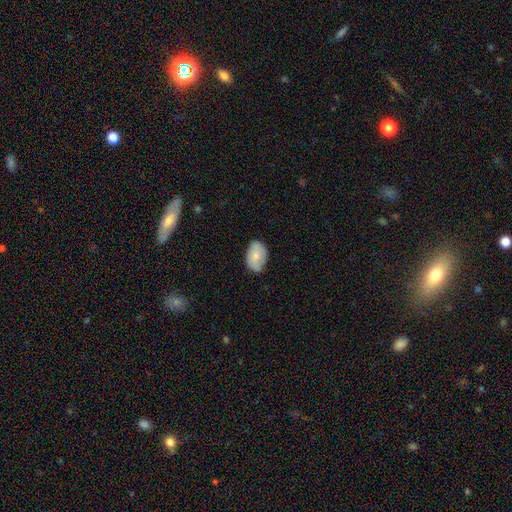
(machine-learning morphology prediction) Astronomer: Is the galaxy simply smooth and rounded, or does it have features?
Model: smooth — 76%.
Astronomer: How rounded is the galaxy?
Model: in between — 88%.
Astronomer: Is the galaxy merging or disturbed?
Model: none — 75%.